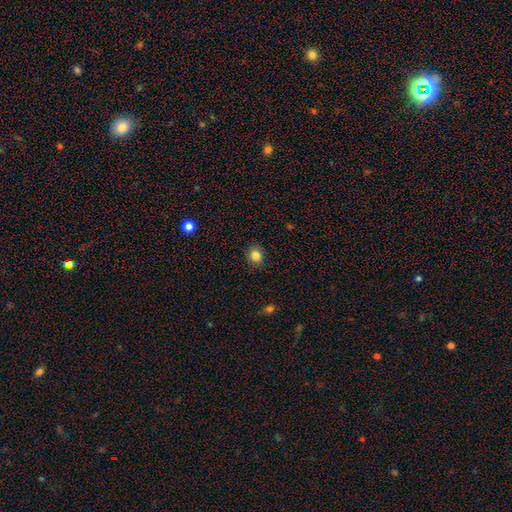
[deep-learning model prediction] The model was most divided on "how rounded": round: 73%, in between: 26%, cigar-shaped: 1%. More confident: merging — none (87%); smooth or featured — smooth (84%).